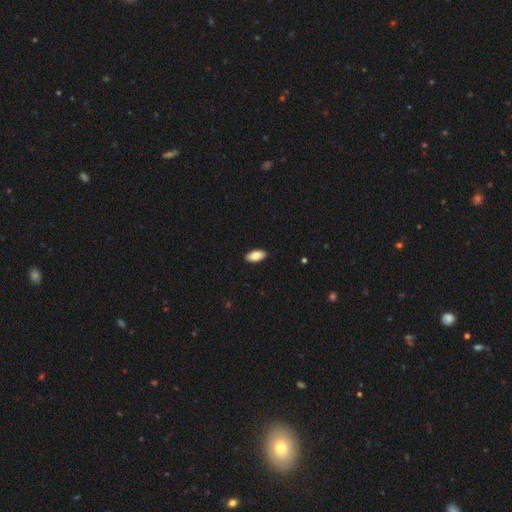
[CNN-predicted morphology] type=smooth (88%); roundness=in between (93%); merging=none (90%).